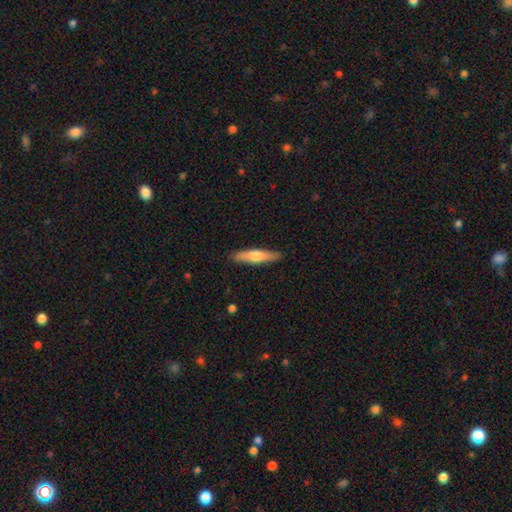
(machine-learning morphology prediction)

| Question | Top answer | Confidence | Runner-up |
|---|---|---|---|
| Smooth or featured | smooth | 56% | featured or disk (39%) |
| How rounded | cigar-shaped | 84% | in between (14%) |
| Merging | none | 90% | minor disturbance (8%) |